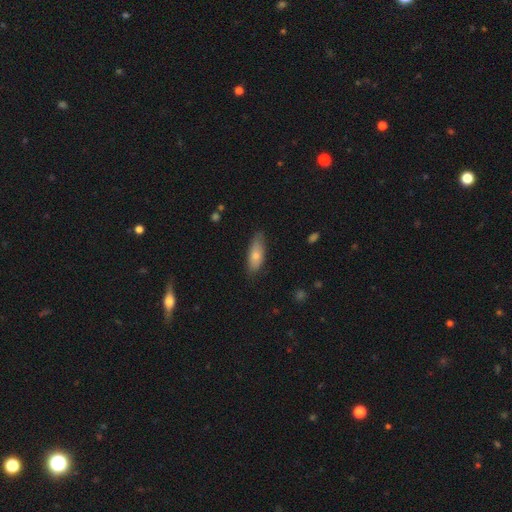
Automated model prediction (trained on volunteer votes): smooth_or_featured: smooth (p=0.76) [alt: featured or disk p=0.18]
how_rounded: in between (p=0.68) [alt: cigar-shaped p=0.30]
merging: none (p=0.74) [alt: minor disturbance p=0.21]